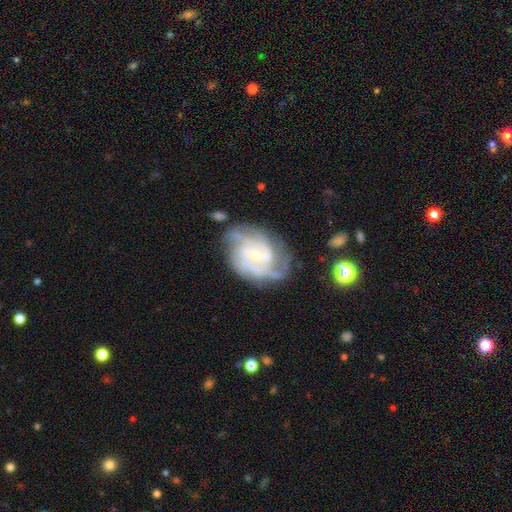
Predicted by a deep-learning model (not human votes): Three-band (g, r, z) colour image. It shows a featured or disk galaxy (87%) with no bar (45%, tied with weak), 2 (31%) tight (47%) spiral arms (96%) and a small central bulge (68%). Merging: none (66%).